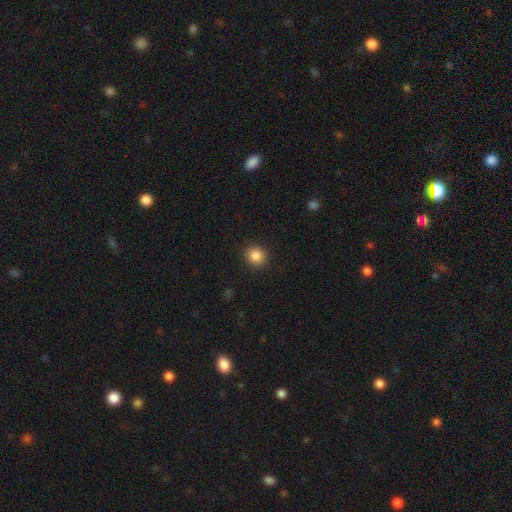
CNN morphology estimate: Smooth or featured? smooth (86%)
How rounded? round (90%)
Merging? none (92%)